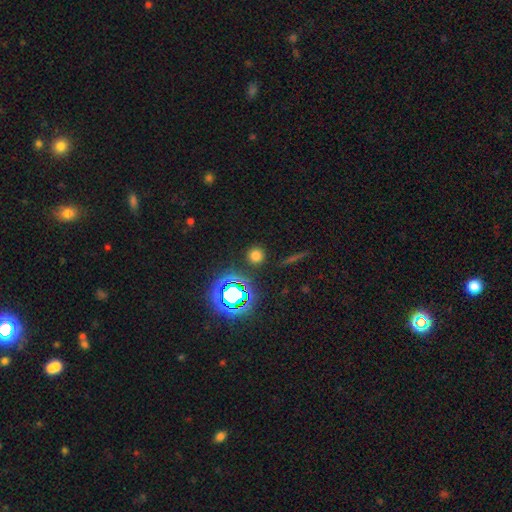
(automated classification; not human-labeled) Smooth or featured: smooth — 68% (star or artifact — 26%)
How rounded: round — 93% (in between — 6%)
Merging: none — 88% (minor disturbance — 6%)